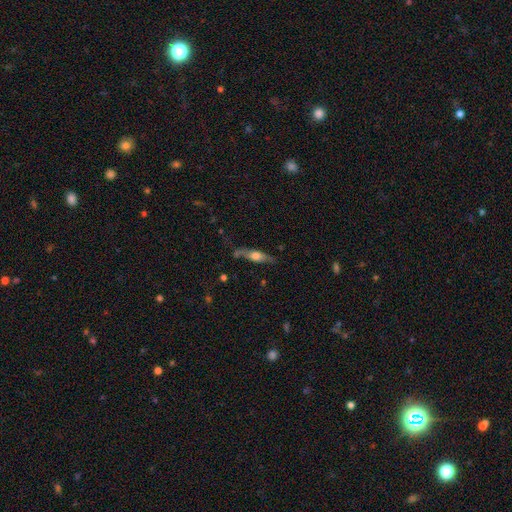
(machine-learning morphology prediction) This appears to be a featured or disk galaxy (54%) viewed edge-on (85%). Merging: none (67%).